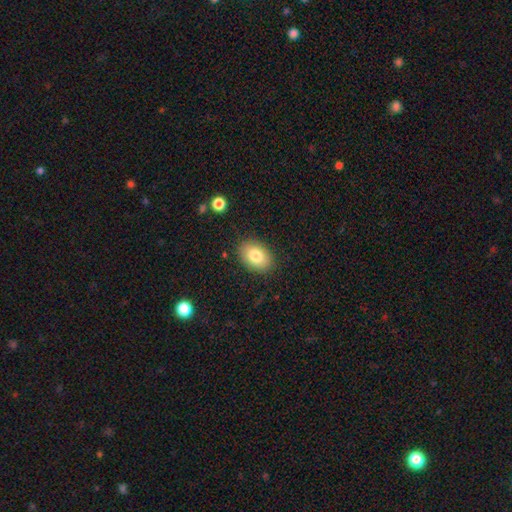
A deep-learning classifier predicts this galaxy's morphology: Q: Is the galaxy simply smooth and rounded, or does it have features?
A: smooth — 82%.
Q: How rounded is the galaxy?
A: in between — 85%.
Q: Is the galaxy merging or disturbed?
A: none — 86%.